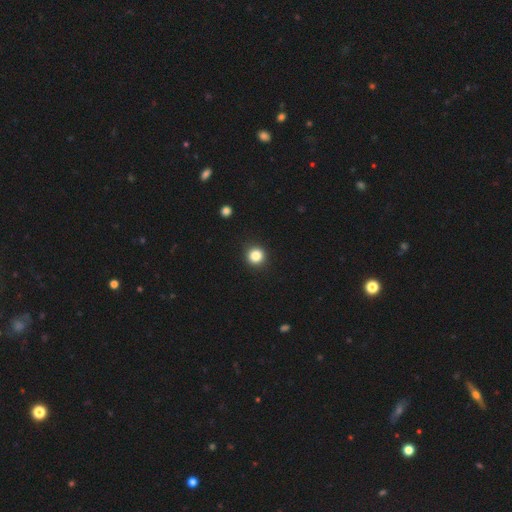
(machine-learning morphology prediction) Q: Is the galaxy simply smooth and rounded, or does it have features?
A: smooth — 84%.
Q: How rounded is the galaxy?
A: round — 94%.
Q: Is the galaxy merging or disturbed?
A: none — 92%.